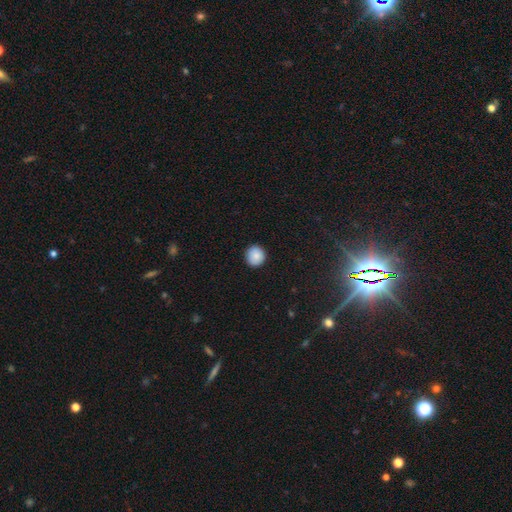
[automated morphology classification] This is clearly a smooth galaxy (88%). How rounded: clearly round (90%). Merging: clearly none (91%).